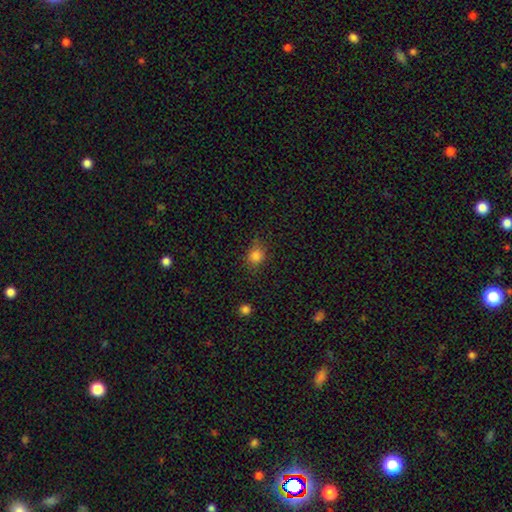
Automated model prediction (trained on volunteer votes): Q: Smooth or featured?
A: smooth (82%); runner-up: star or artifact (13%)
Q: How rounded?
A: round (73%); runner-up: in between (26%)
Q: Merging?
A: none (76%); runner-up: minor disturbance (18%)